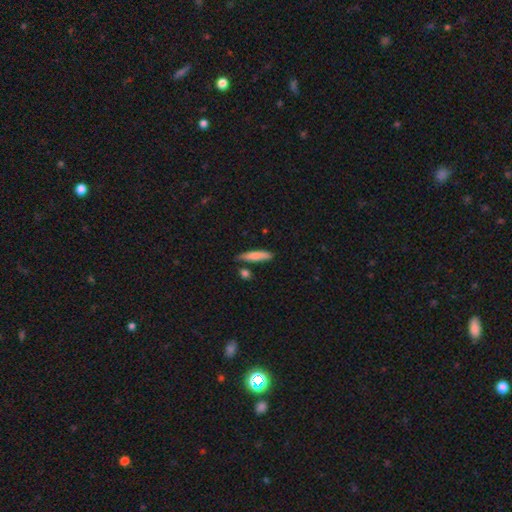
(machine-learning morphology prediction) Smooth or featured? Predicted: smooth (p=0.80). How rounded? Predicted: cigar-shaped (p=0.83). Merging? Predicted: none (p=0.75).